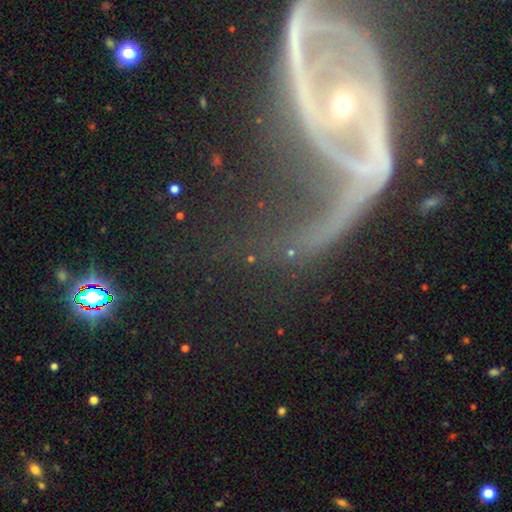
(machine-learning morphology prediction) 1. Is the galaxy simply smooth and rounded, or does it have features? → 63% featured or disk, 22% star or artifact, 15% smooth.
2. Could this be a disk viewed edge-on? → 83% no, 17% yes.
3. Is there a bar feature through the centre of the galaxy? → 43% no, 31% strong, 26% weak.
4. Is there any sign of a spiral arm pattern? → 71% yes, 29% no.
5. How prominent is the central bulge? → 61% small, 25% moderate, 6% none, 4% large, 3% dominant.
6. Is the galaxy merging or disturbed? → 41% none, 30% major disturbance, 16% minor disturbance, 13% merger.